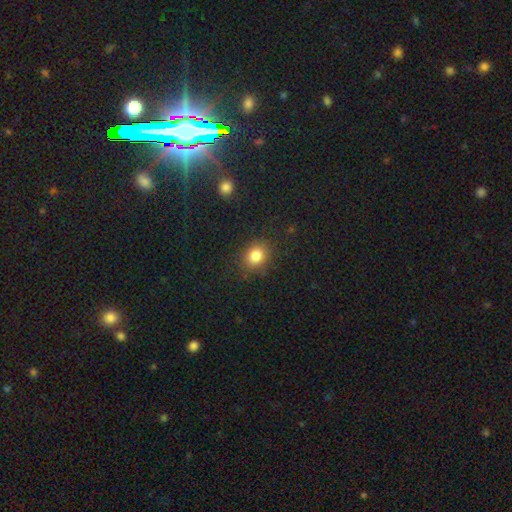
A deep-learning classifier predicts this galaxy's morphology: Q: Smooth or featured?
A: smooth (82%); runner-up: star or artifact (12%)
Q: How rounded?
A: round (55%); runner-up: in between (44%)
Q: Merging?
A: none (85%); runner-up: minor disturbance (10%)